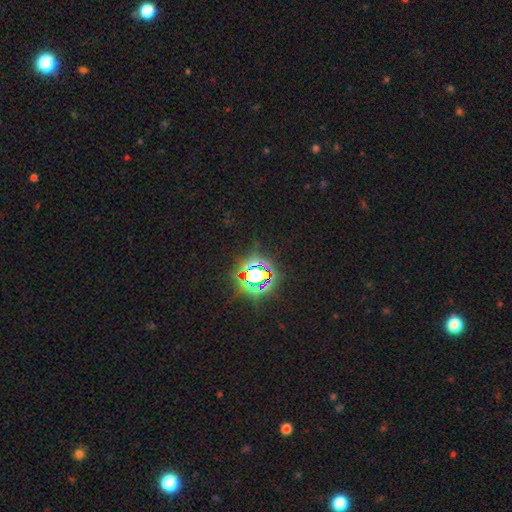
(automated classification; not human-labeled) A star or artifact, not a galaxy (84%).

Vote fractions:
- Smooth or featured? star or artifact: 84% / smooth: 11% / featured or disk: 6%